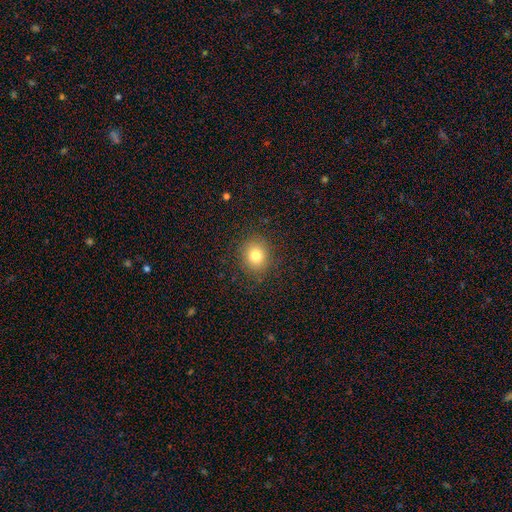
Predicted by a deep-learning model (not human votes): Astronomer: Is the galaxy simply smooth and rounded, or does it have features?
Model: smooth — 79%.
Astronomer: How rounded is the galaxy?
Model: round — 76%.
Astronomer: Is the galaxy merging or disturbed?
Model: none — 87%.